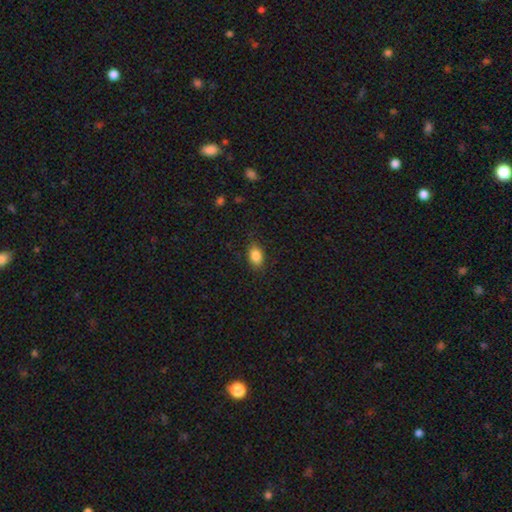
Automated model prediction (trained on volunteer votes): smooth-or-featured: smooth: 85% | star or artifact: 9% | featured or disk: 6%
  how-rounded: in between: 85% | round: 13% | cigar-shaped: 2%
  merging: none: 83% | minor disturbance: 13% | major disturbance: 3% | merger: 1%